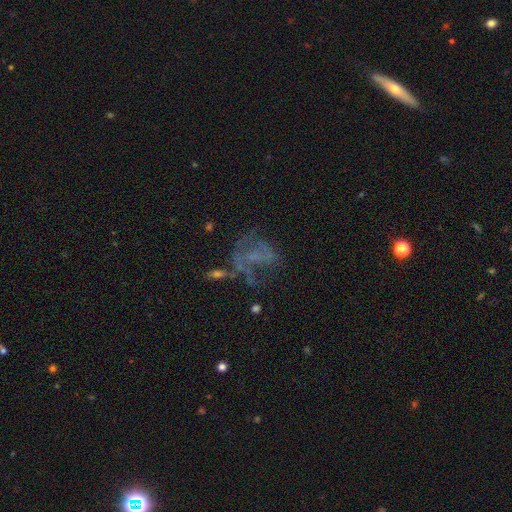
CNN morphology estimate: Smooth or featured? Predicted: featured or disk (p=0.54). Edge-on disk? Predicted: no (p=0.97). Bar? Predicted: no (p=0.76). Spiral arms? Predicted: no (p=0.64). Bulge size? Predicted: none (p=0.71). Merging? Predicted: major disturbance (p=0.43).